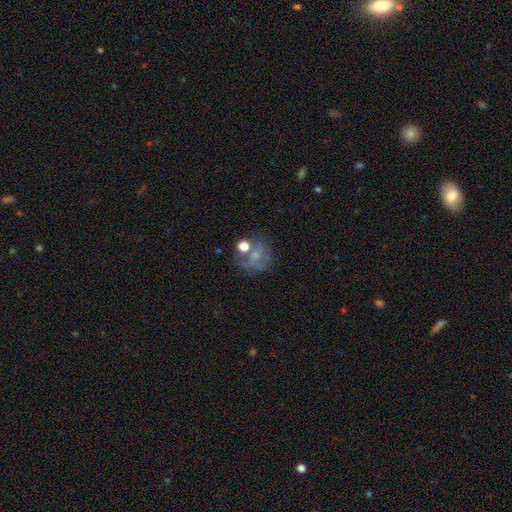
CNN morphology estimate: Smooth or featured: smooth — 42% (featured or disk — 39%)
Merging: none — 44% (major disturbance — 23%)